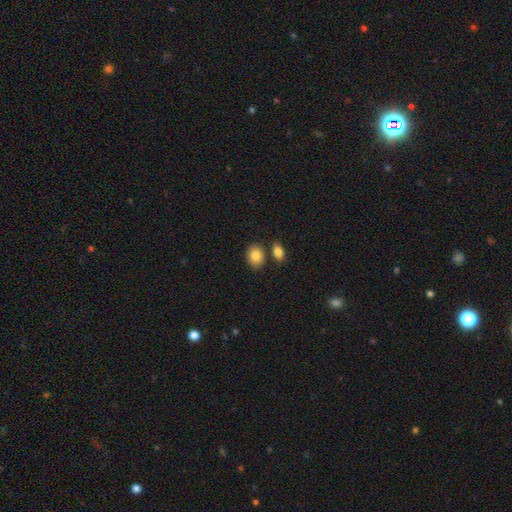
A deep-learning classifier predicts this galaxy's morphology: A smooth galaxy with no disk features (85%) that is in between round and cigar-shaped (52%).

Vote fractions:
- Smooth or featured? smooth: 85% / star or artifact: 8% / featured or disk: 7%
- How rounded? in between: 52% / round: 47% / cigar-shaped: 1%
- Merging? none: 74% / merger: 13% / minor disturbance: 10% / major disturbance: 3%